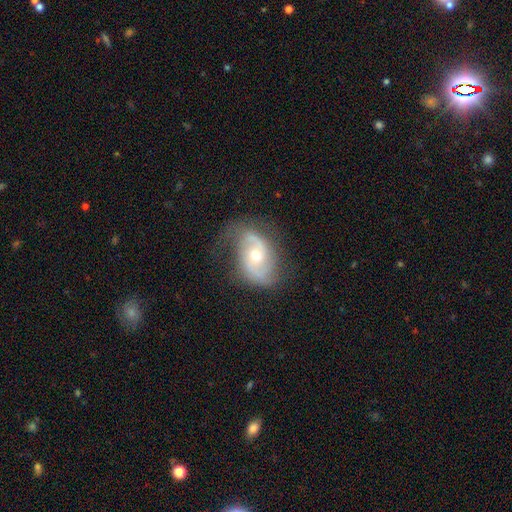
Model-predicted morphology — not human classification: The model was most divided on "spiral winding": medium: 42%, loose: 40%, tight: 18%. More confident: edge-on disk — no (96%); spiral arms — yes (92%); spiral arm count — 2 (85%); smooth or featured — featured or disk (79%); merging — none (66%); bar — no (62%); bulge size — moderate (60%).